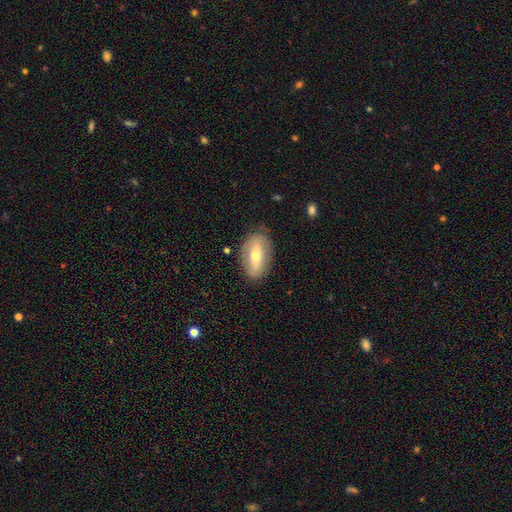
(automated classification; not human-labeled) The model was most divided on "smooth or featured": smooth: 47%, featured or disk: 46%, star or artifact: 7%. More confident: merging — none (79%).